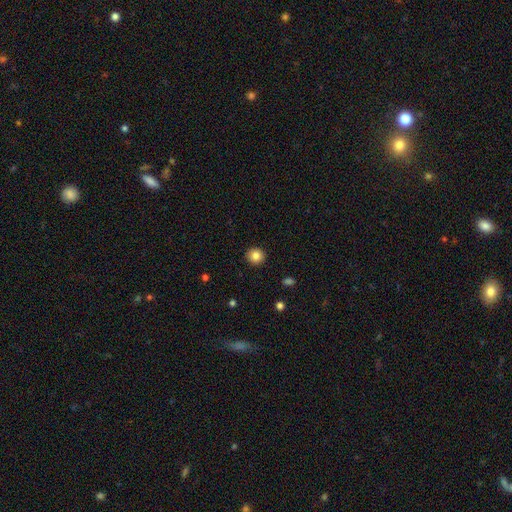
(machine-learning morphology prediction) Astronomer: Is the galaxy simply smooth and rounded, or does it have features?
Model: smooth — 84%.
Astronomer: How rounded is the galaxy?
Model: round — 90%.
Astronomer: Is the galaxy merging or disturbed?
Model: none — 92%.